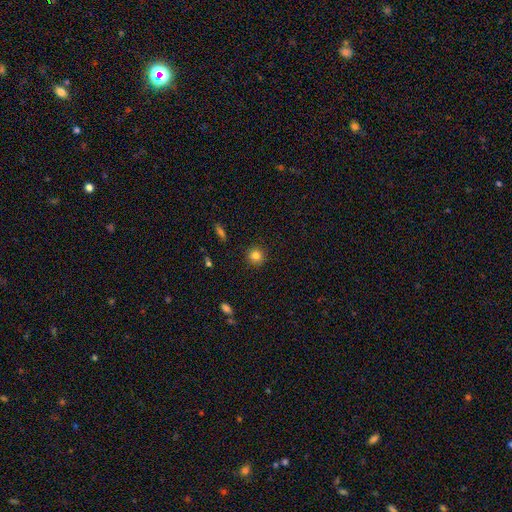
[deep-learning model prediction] Q: Smooth or featured?
A: smooth (83%); runner-up: star or artifact (11%)
Q: How rounded?
A: round (92%); runner-up: in between (7%)
Q: Merging?
A: none (91%); runner-up: minor disturbance (6%)